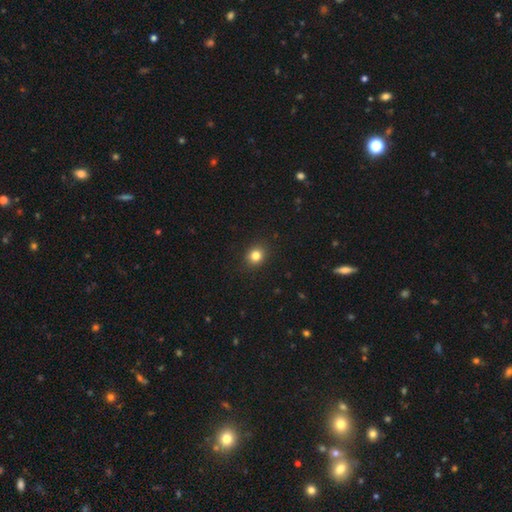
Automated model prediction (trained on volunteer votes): Smooth or featured? Predicted: smooth (p=0.82). How rounded? Predicted: round (p=0.76). Merging? Predicted: none (p=0.90).